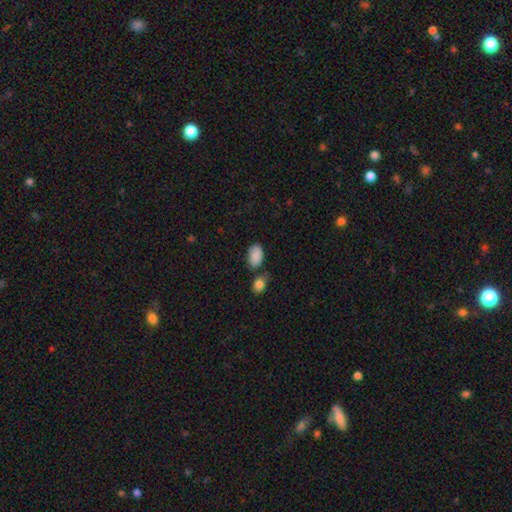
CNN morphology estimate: type=smooth (89%); roundness=in between (91%); merging=none (64%).